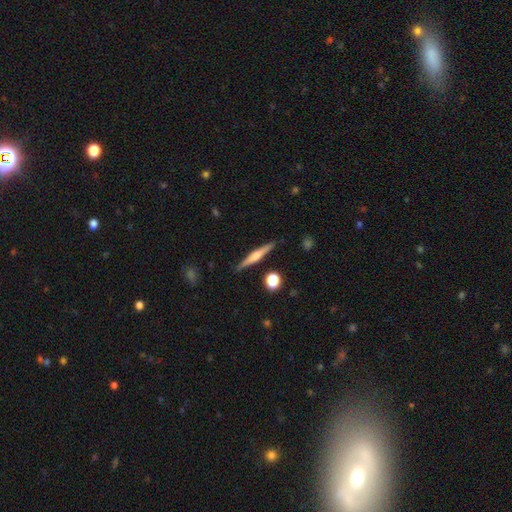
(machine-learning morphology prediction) smooth-or-featured: featured or disk: 63% | smooth: 30% | star or artifact: 7%
  disk-edge-on: yes: 98% | no: 2%
    edge-on-bulge: rounded: 77% | boxy: 13% | none: 10%
  merging: none: 89% | minor disturbance: 7% | merger: 2% | major disturbance: 2%